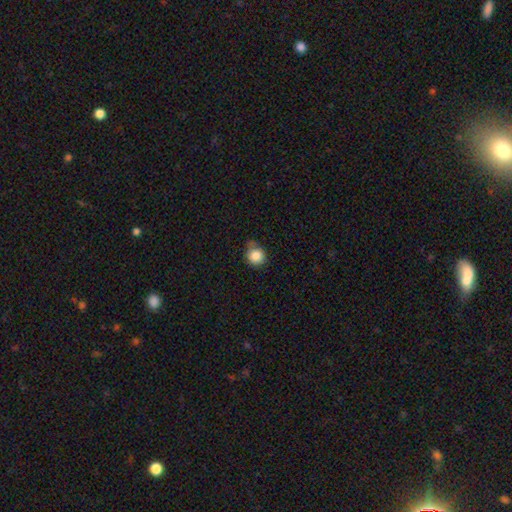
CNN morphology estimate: A smooth galaxy with no disk features (86%) that is round (89%).

Vote fractions:
- Smooth or featured? smooth: 86% / star or artifact: 10% / featured or disk: 5%
- How rounded? round: 89% / in between: 10% / cigar-shaped: 1%
- Merging? none: 63% / minor disturbance: 26% / major disturbance: 6% / merger: 6%